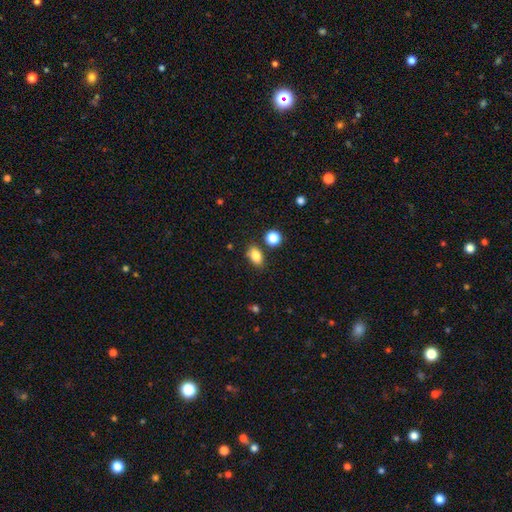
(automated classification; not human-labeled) A smooth galaxy with no disk features (83%) that is in between round and cigar-shaped (80%). Merging: none (79%).